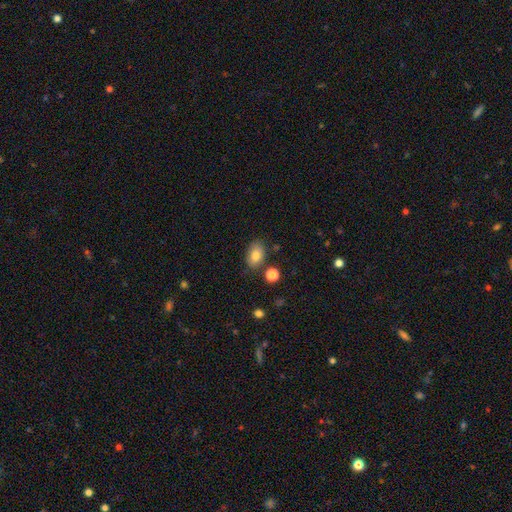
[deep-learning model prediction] Smooth or featured?
  - smooth: 80% *
  - featured or disk: 11%
  - star or artifact: 9%
How rounded?
  - in between: 86% *
  - round: 13%
  - cigar-shaped: 1%
Merging?
  - none: 77% *
  - minor disturbance: 15%
  - merger: 5%
  - major disturbance: 4%